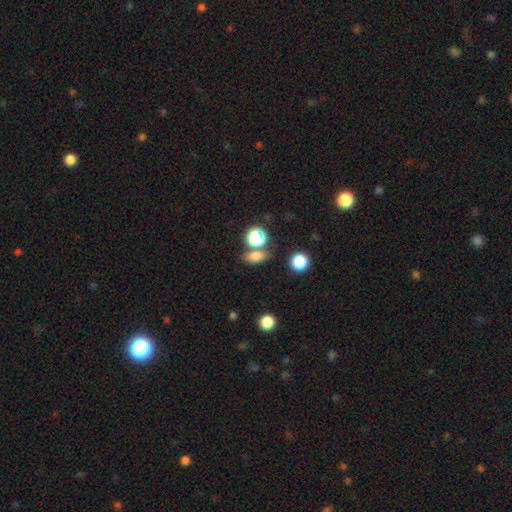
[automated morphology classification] A smooth galaxy with no disk features (72%) that is in between round and cigar-shaped (60%). Merging: none (67%).